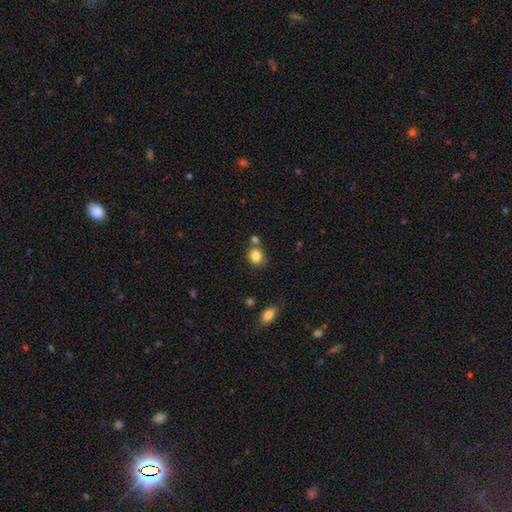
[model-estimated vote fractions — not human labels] Morphology: type=smooth (84%); roundness=round (74%); merging=none (65%).